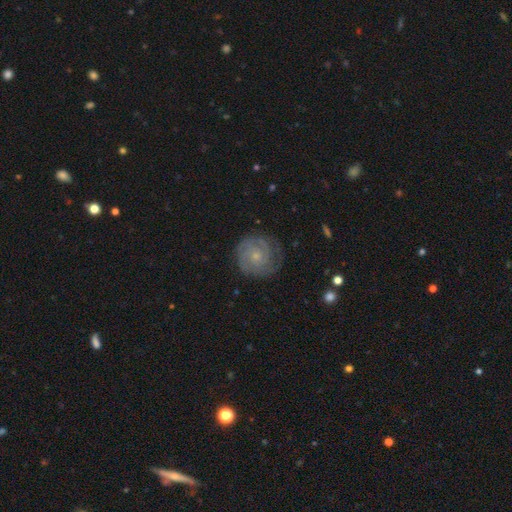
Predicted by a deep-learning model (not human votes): Smooth or featured?
  - featured or disk: 75% *
  - smooth: 18%
  - star or artifact: 7%
Edge-on disk?
  - no: 98% *
  - yes: 2%
Bar?
  - no: 80% *
  - weak: 17%
  - strong: 3%
Spiral arms?
  - yes: 93% *
  - no: 7%
Spiral winding?
  - tight: 74% *
  - medium: 21%
  - loose: 5%
Spiral arm count?
  - 2: 34% *
  - can't tell: 30%
  - 3: 19%
  - 4: 6%
  - 1: 6%
  - more than 4: 5%
Bulge size?
  - small: 73% *
  - moderate: 20%
  - none: 4%
  - large: 1%
  - dominant: 1%
Merging?
  - none: 76% *
  - minor disturbance: 16%
  - major disturbance: 6%
  - merger: 1%